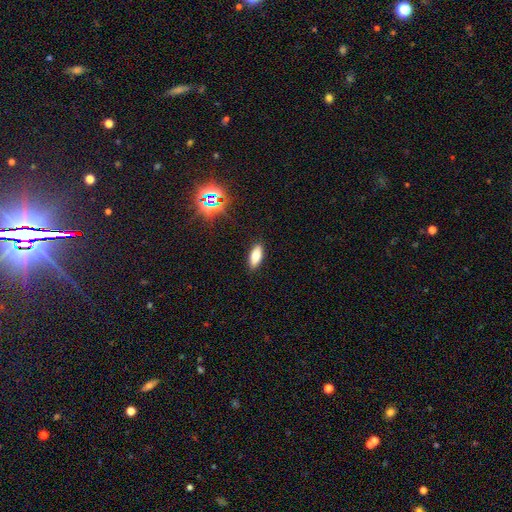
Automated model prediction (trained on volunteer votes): Smooth or featured?
  - smooth: 74% *
  - featured or disk: 15%
  - star or artifact: 11%
How rounded?
  - in between: 75% *
  - cigar-shaped: 22%
  - round: 3%
Merging?
  - none: 88% *
  - minor disturbance: 9%
  - major disturbance: 2%
  - merger: 1%